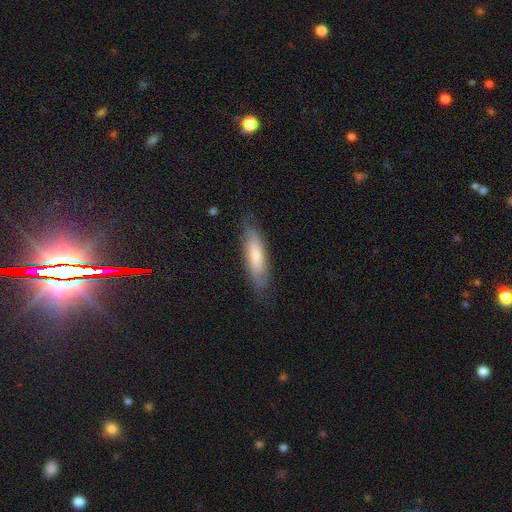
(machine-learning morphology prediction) Overall: smooth (61%; featured or disk 33%). How rounded: cigar-shaped (58%; in between 40%). Merging: none (74%).